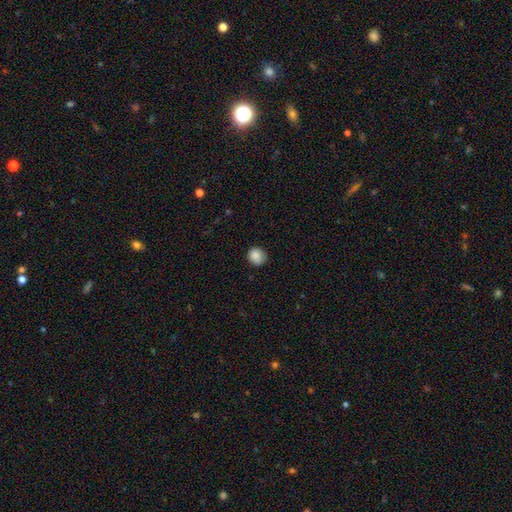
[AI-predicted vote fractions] This appears to be a smooth galaxy with no disk features (87%) that is round (85%). Merging: none (80%).